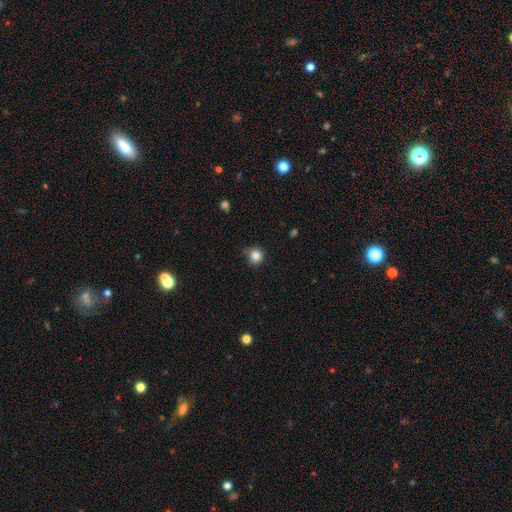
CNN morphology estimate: Q: Smooth or featured?
A: smooth (84%); runner-up: star or artifact (12%)
Q: How rounded?
A: round (92%); runner-up: in between (8%)
Q: Merging?
A: none (77%); runner-up: minor disturbance (17%)